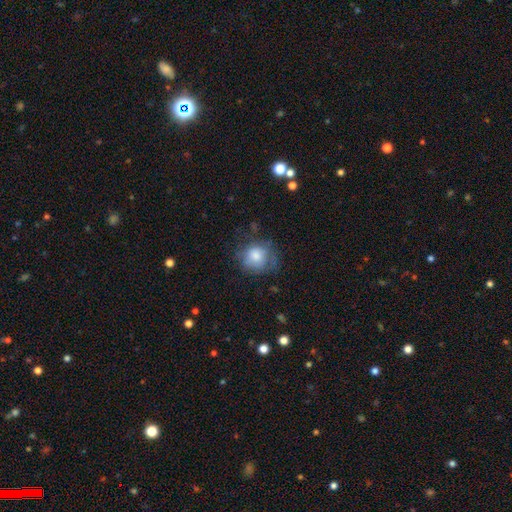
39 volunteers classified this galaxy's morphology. Q: Smooth or featured?
A: smooth (72%); runner-up: featured or disk (21%)
Q: How rounded?
A: round (82%); runner-up: in between (18%)
Q: Merging?
A: none (42%); tied with: minor disturbance (42%)